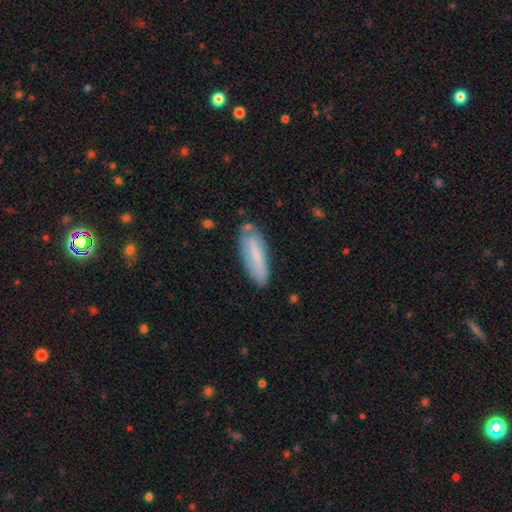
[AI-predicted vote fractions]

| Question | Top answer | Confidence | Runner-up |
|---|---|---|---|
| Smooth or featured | smooth | 57% | featured or disk (36%) |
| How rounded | cigar-shaped | 55% | in between (44%) |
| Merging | none | 71% | minor disturbance (21%) |